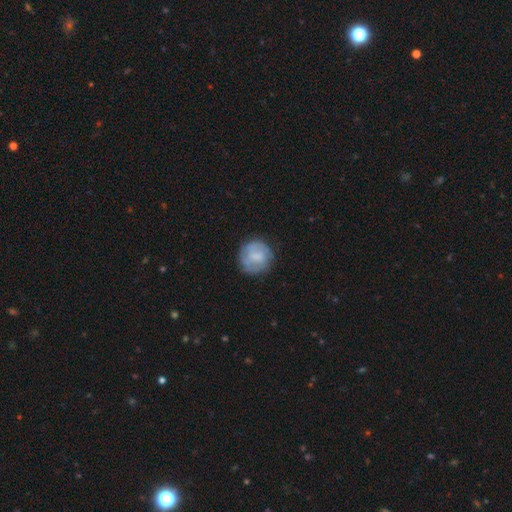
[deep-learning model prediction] Smooth or featured: smooth — 54% (featured or disk — 39%)
How rounded: round — 90% (in between — 9%)
Merging: none — 74% (minor disturbance — 17%)